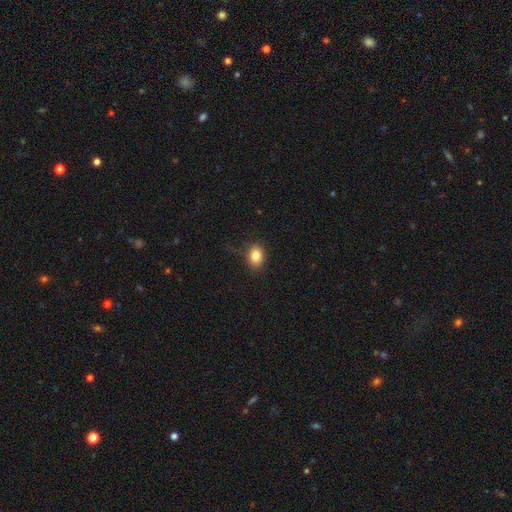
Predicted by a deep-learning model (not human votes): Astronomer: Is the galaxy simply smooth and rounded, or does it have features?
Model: smooth — 83%.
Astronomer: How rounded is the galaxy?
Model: in between — 56% (runner-up: round, 43%).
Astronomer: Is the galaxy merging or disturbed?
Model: none — 80%.